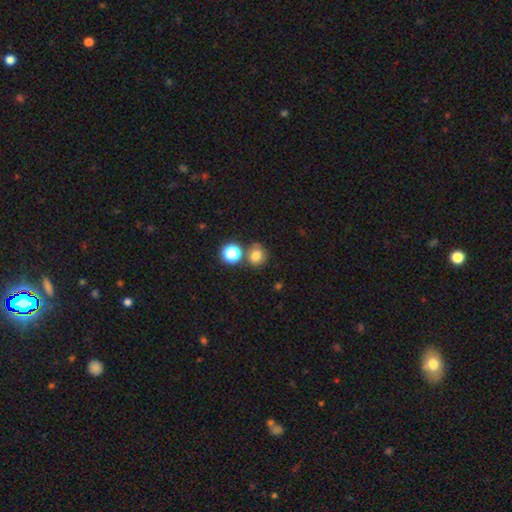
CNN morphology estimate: This appears to be a smooth galaxy with no disk features (76%) that is round (80%). Merging: none (68%).